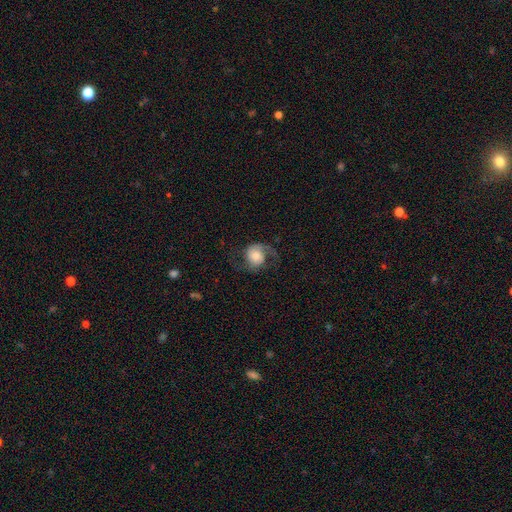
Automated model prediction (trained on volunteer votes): Smooth or featured: featured or disk — 73% (smooth — 20%)
Edge-on disk: no — 98% (yes — 2%)
Bar: no — 66% (weak — 27%)
Spiral arms: yes — 95% (no — 5%)
Spiral winding: loose — 50% (medium — 40%)
Spiral arm count: 2 — 79% (1 — 15%)
Bulge size: moderate — 35% (large — 32%)
Merging: none — 64% (major disturbance — 18%)